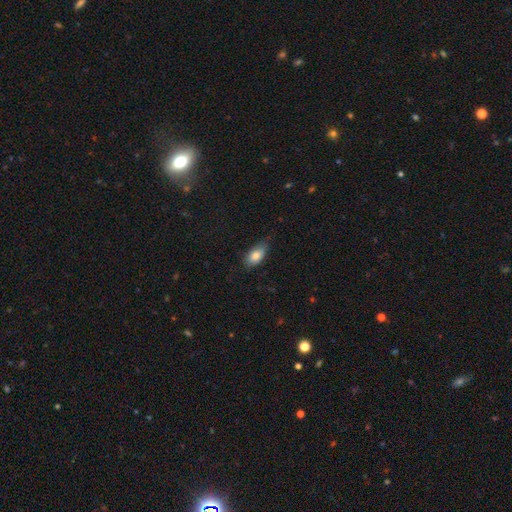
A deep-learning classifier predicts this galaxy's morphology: Smooth or featured? smooth (80%)
How rounded? in between (89%)
Merging? none (66%)